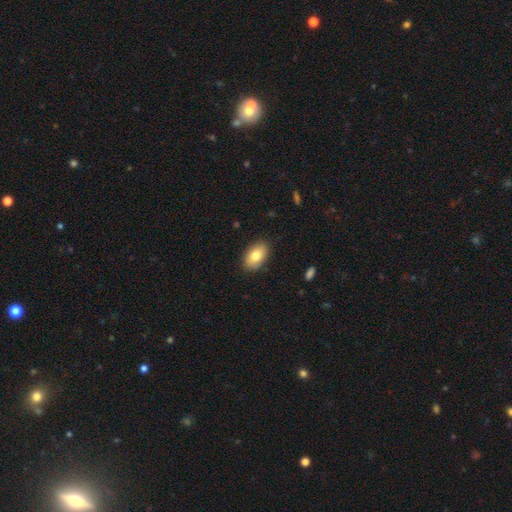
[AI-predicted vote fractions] This is likely a smooth galaxy (79%). How rounded: clearly in between (90%). Merging: clearly none (86%).